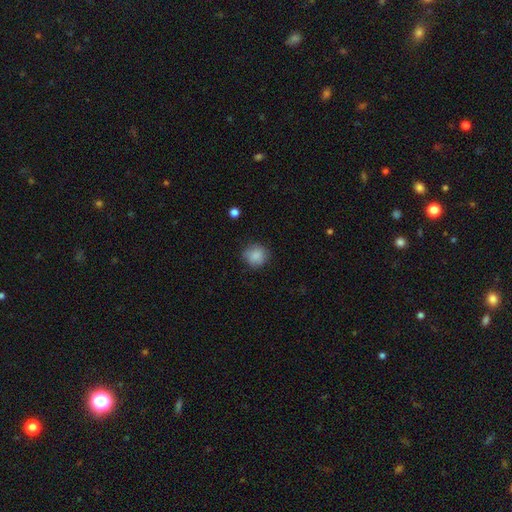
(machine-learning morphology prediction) type=smooth (87%); roundness=round (90%); merging=none (83%).